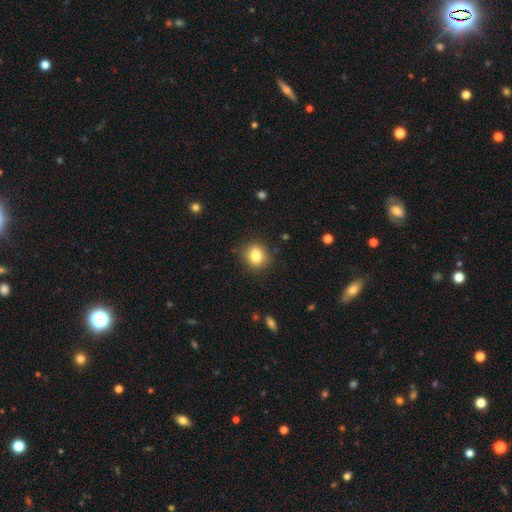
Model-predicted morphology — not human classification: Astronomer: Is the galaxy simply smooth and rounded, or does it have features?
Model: smooth — 81%.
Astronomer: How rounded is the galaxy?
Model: round — 75%.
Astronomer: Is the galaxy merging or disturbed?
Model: none — 87%.